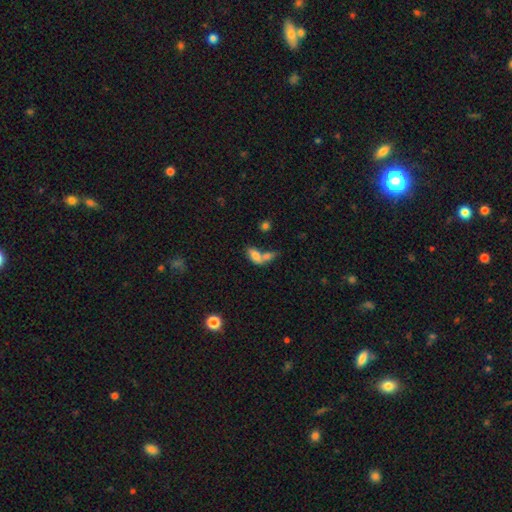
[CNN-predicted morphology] Overall: smooth (74%). How rounded: in between (87%). Merging: merger (60%; none 24%).